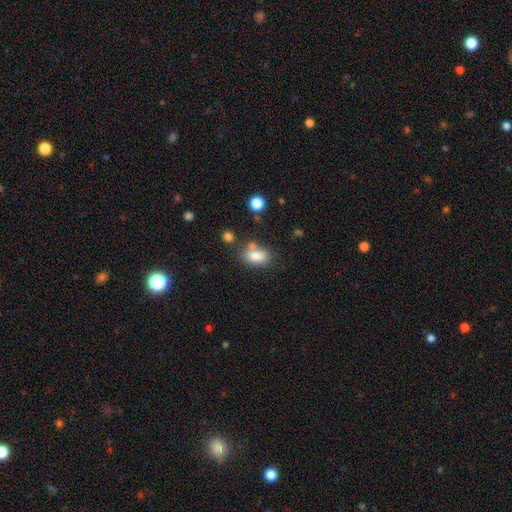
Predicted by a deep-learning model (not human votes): smooth_or_featured: smooth (p=0.81) [alt: star or artifact p=0.09]
how_rounded: in between (p=0.85) [alt: round p=0.12]
merging: none (p=0.59) [alt: merger p=0.18]